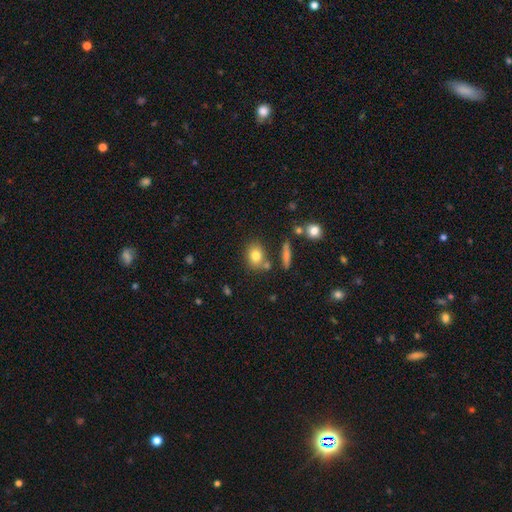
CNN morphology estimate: Smooth or featured? Predicted: smooth (p=0.79). How rounded? Predicted: round (p=0.50). Merging? Predicted: none (p=0.72).